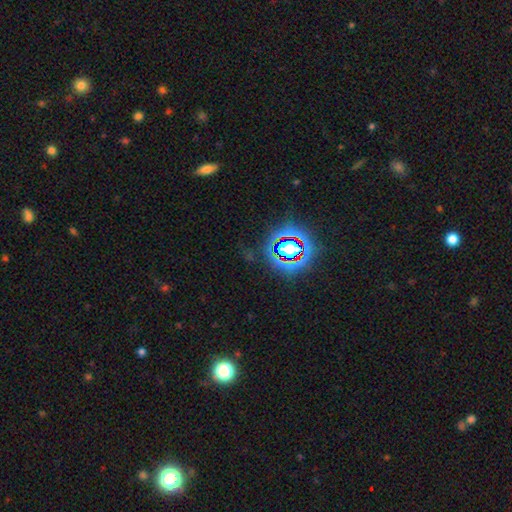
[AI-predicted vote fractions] A star or artifact, not a galaxy (78%).

Vote fractions:
- Smooth or featured? star or artifact: 78% / smooth: 13% / featured or disk: 9%